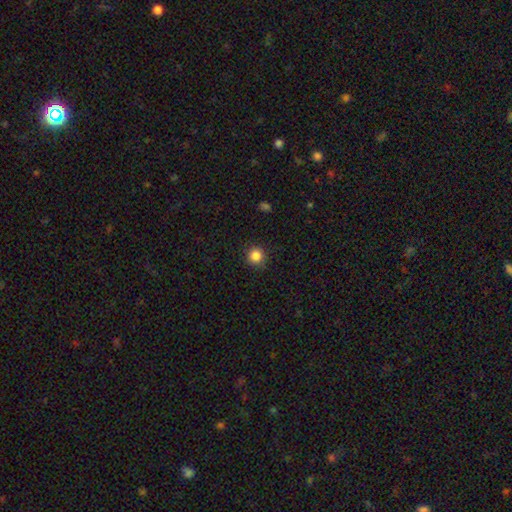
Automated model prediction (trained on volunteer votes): A smooth galaxy with no disk features (86%) that is round (94%).

Vote fractions:
- Smooth or featured? smooth: 86% / star or artifact: 11% / featured or disk: 3%
- How rounded? round: 94% / in between: 5% / cigar-shaped: 1%
- Merging? none: 91% / minor disturbance: 6% / major disturbance: 2% / merger: 1%